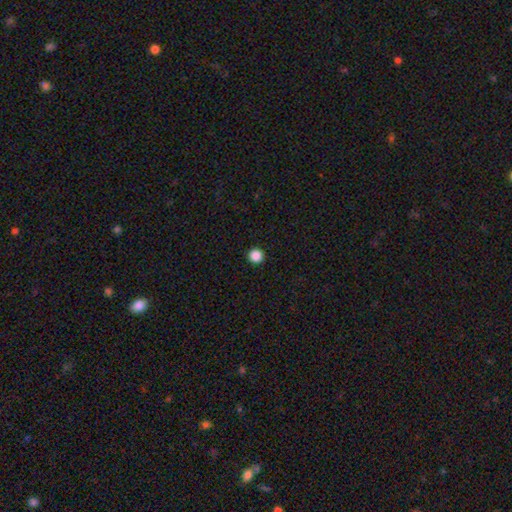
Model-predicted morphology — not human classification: Smooth or featured? smooth (87%)
How rounded? round (96%)
Merging? none (94%)